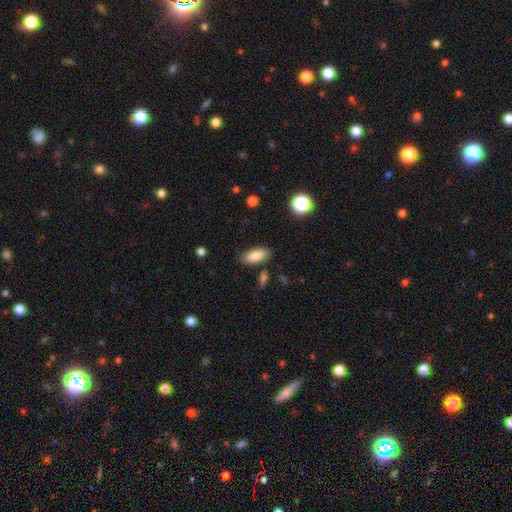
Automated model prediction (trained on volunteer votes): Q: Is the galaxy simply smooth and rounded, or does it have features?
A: smooth — 84%.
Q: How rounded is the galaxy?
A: in between — 88%.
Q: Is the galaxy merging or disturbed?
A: none — 82%.